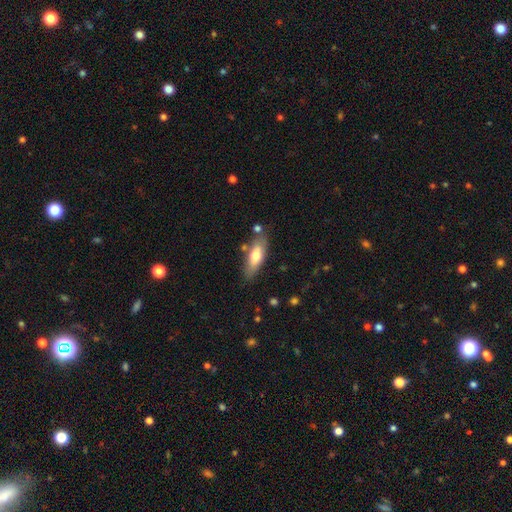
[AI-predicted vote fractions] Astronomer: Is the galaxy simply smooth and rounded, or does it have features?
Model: smooth — 66%.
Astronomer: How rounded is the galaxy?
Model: in between — 60% (runner-up: cigar-shaped, 38%).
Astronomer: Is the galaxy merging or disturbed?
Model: none — 74%.